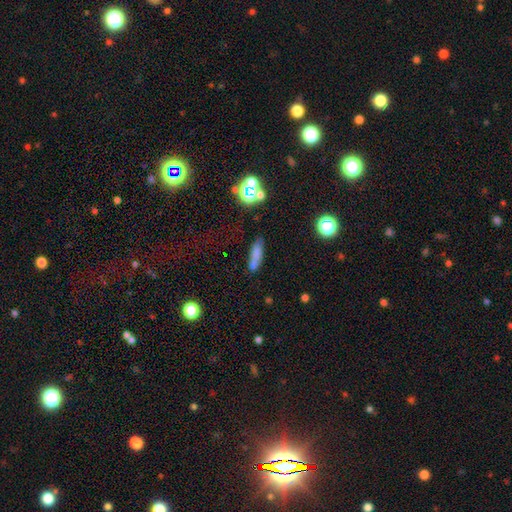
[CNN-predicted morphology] Smooth or featured?
  - smooth: 71% *
  - featured or disk: 15%
  - star or artifact: 14%
How rounded?
  - cigar-shaped: 68% *
  - in between: 28%
  - round: 4%
Merging?
  - none: 69% *
  - minor disturbance: 18%
  - merger: 8%
  - major disturbance: 6%